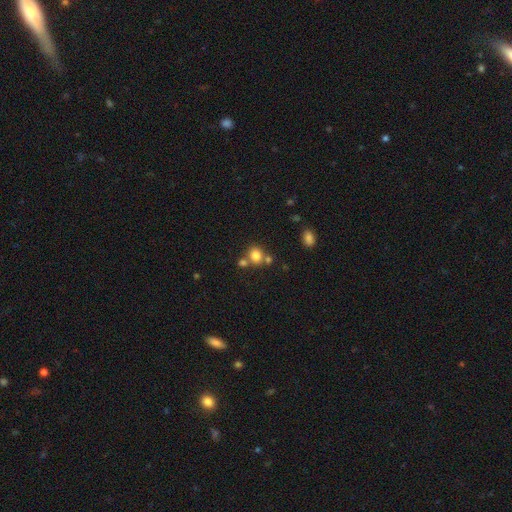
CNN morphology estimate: Smooth or featured? Predicted: smooth (p=0.80). How rounded? Predicted: round (p=0.74). Merging? Predicted: none (p=0.58).